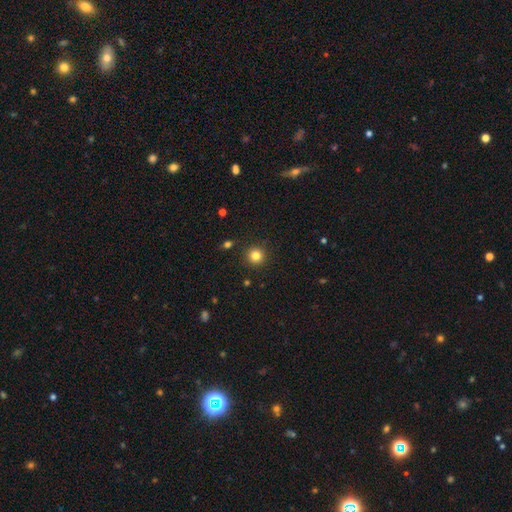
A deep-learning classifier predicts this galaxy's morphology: Smooth or featured? smooth (82%)
How rounded? round (94%)
Merging? none (91%)